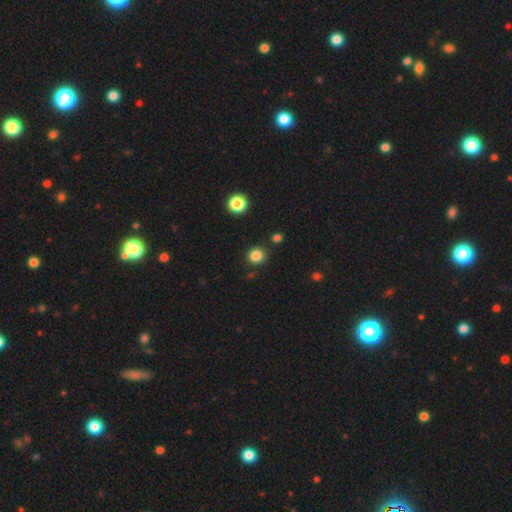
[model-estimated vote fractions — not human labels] A smooth galaxy with no disk features (84%) that is round (89%). Merging: none (85%).